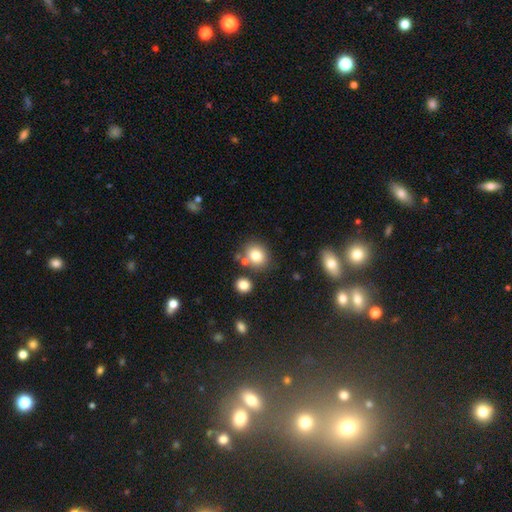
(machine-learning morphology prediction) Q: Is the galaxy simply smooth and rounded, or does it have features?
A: smooth — 80%.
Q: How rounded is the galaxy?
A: round — 72%.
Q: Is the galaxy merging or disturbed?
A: none — 72%.